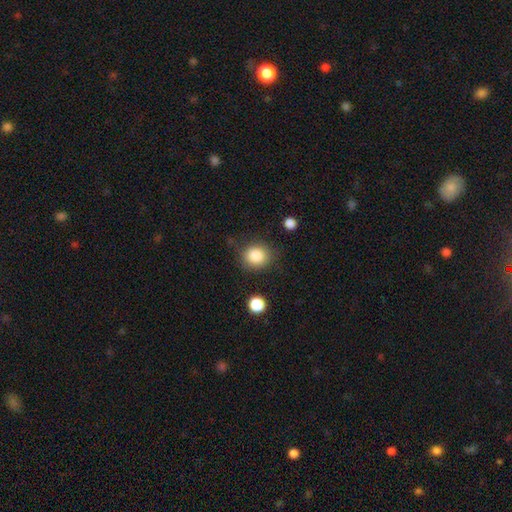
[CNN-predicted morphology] Smooth or featured? smooth (85%)
How rounded? round (80%)
Merging? none (80%)